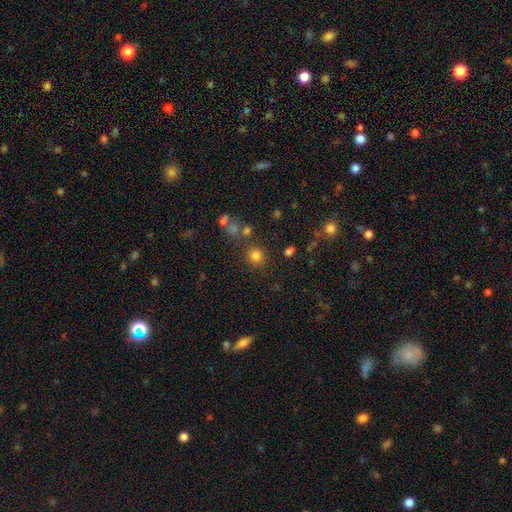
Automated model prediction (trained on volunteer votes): This is likely a smooth galaxy (77%). How rounded: clearly round (84%). Merging: likely none (77%).